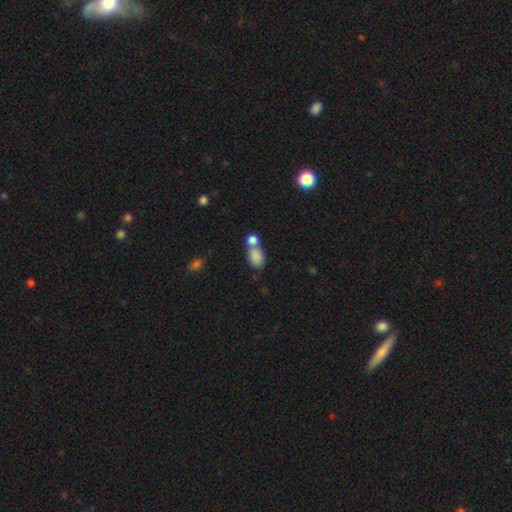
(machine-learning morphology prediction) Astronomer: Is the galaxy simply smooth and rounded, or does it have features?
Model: smooth — 84%.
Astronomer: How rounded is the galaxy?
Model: in between — 81%.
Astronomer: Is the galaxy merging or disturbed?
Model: merger — 46% (runner-up: none, 39%).